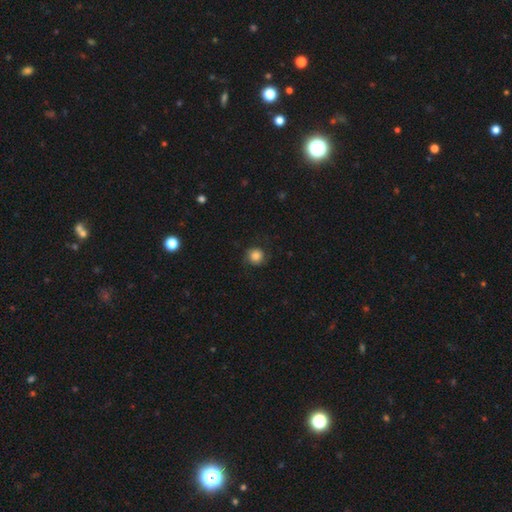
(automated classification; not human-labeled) Overall: smooth (79%). How rounded: round (90%). Merging: none (77%).